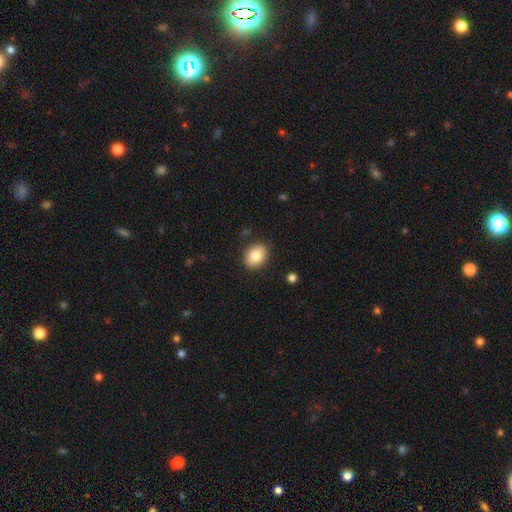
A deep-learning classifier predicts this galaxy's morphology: A smooth galaxy with no disk features (84%) that is in between round and cigar-shaped (60%). Merging: none (87%).